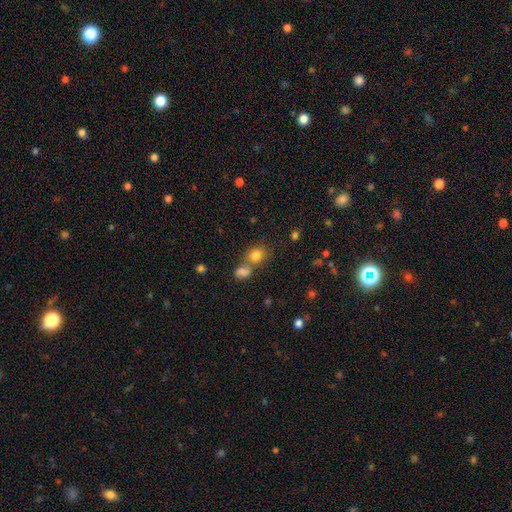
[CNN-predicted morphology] This appears to be a smooth galaxy with no disk features (81%) that is round (66%). Merging: none (50%).